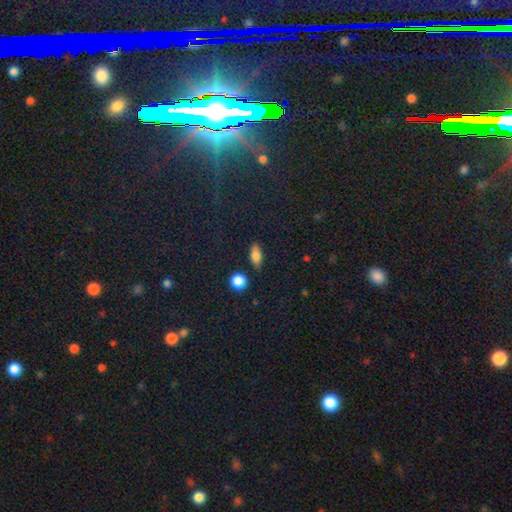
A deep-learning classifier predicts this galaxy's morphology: smooth-or-featured: smooth: 77% | featured or disk: 13% | star or artifact: 9%
  how-rounded: in between: 76% | cigar-shaped: 16% | round: 8%
  merging: none: 83% | minor disturbance: 11% | merger: 3% | major disturbance: 3%